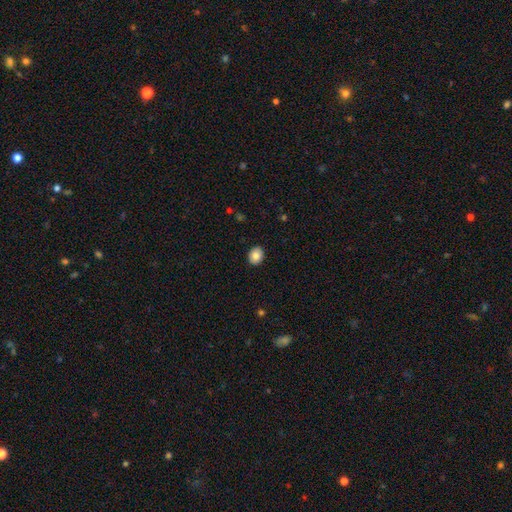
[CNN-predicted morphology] This is clearly a smooth galaxy (81%). How rounded: possibly round (57%). Merging: clearly none (90%).